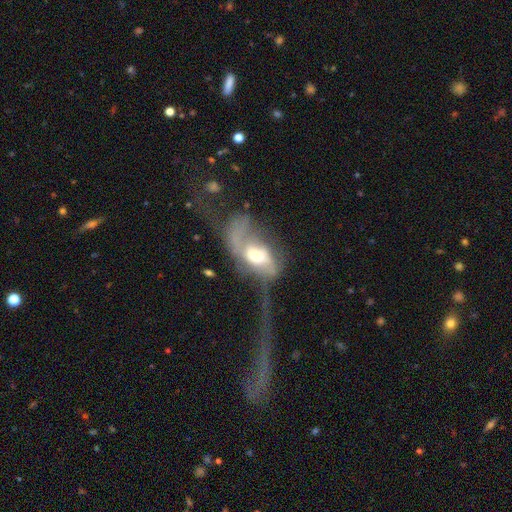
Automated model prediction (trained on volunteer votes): smooth_or_featured: featured or disk (p=0.64) [alt: smooth p=0.28]
disk_edge_on: no (p=0.90) [alt: yes p=0.10]
bar: no (p=0.57) [alt: weak p=0.31]
has_spiral_arms: yes (p=0.62) [alt: no p=0.38]
bulge_size: moderate (p=0.59) [alt: large p=0.25]
merging: major disturbance (p=0.62) [alt: none p=0.16]